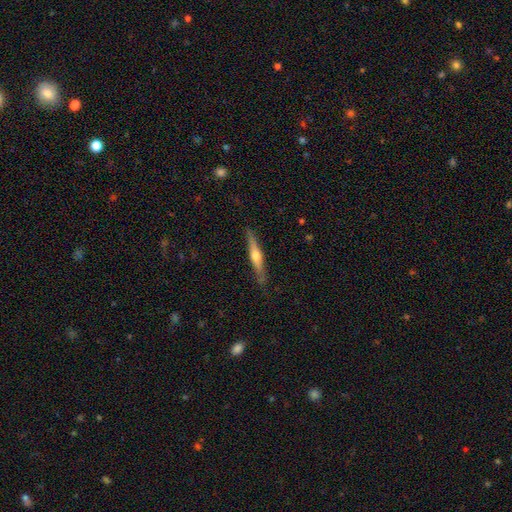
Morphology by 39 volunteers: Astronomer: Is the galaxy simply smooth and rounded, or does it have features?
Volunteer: featured or disk — 64%.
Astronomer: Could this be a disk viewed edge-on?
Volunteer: yes — 96%.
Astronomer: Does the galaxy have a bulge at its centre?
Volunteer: rounded — 88%.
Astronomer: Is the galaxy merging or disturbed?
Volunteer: none — 72%.